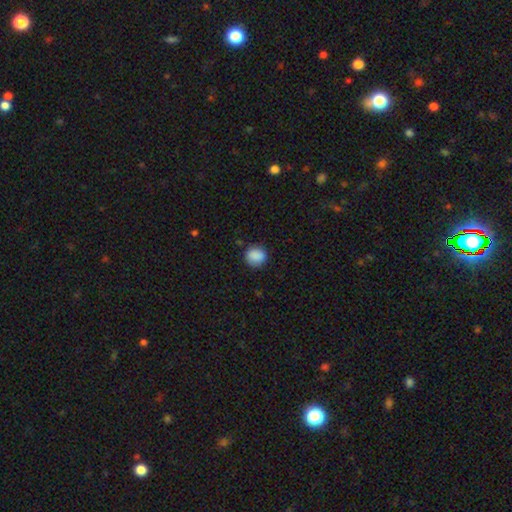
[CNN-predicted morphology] The model was most divided on "how rounded": round: 80%, in between: 19%, cigar-shaped: 1%. More confident: smooth or featured — smooth (88%); merging — none (83%).